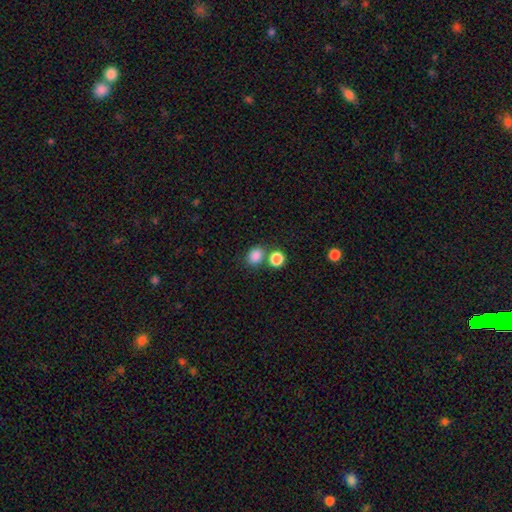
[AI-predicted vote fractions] Overall: smooth (84%). How rounded: round (55%; in between 44%). Merging: none (64%).